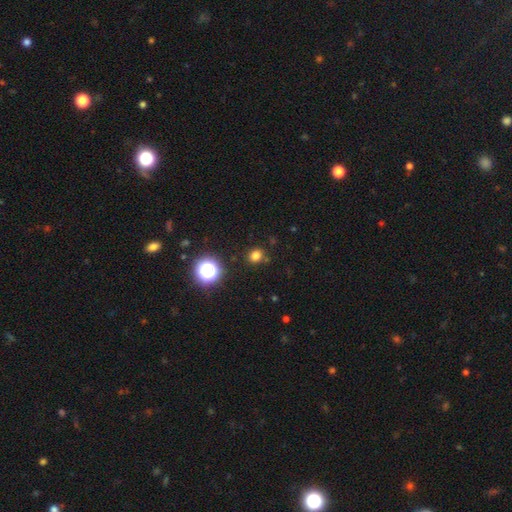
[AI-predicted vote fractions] The model was most divided on "smooth or featured": smooth: 76%, star or artifact: 19%, featured or disk: 5%. More confident: merging — none (86%); how rounded — round (80%).